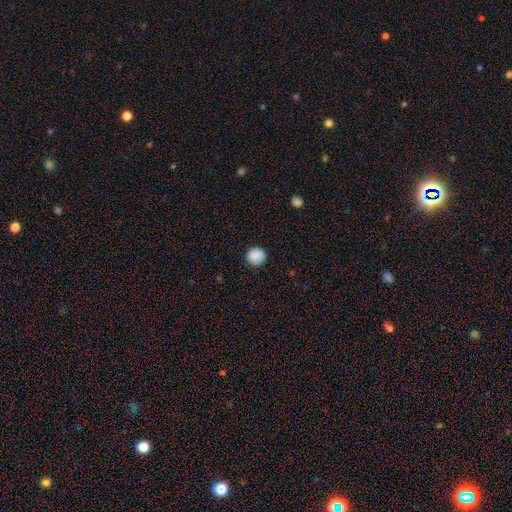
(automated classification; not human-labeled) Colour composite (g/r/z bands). It shows a smooth galaxy with no disk features (88%) that is round (90%). Merging: none (88%).